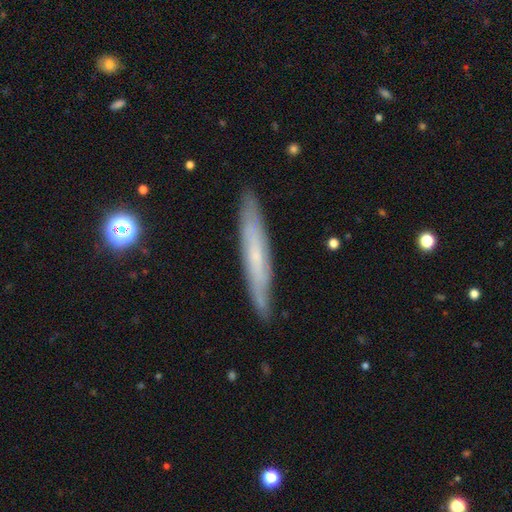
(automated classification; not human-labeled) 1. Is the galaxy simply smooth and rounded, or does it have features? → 52% featured or disk, 40% smooth, 7% star or artifact.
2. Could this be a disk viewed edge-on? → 78% yes, 22% no.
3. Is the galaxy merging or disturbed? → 87% none, 10% minor disturbance, 2% major disturbance, 1% merger.